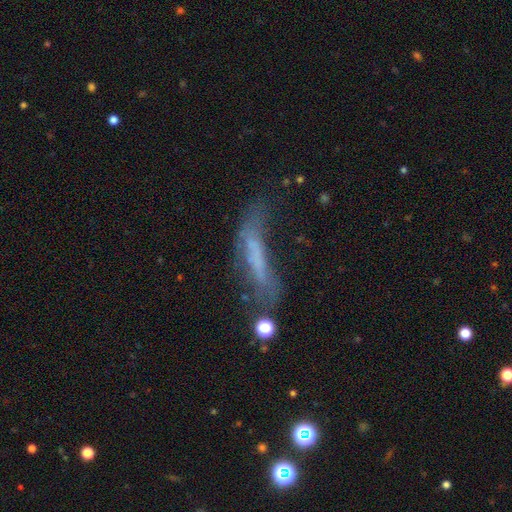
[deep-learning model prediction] Morphology: type=smooth (44%); merging=major disturbance (35%).